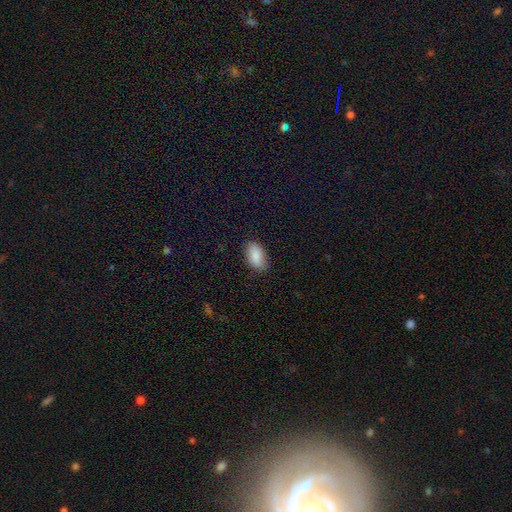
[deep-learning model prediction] This appears to be a smooth galaxy with no disk features (87%) that is in between round and cigar-shaped (93%). Merging: none (83%).